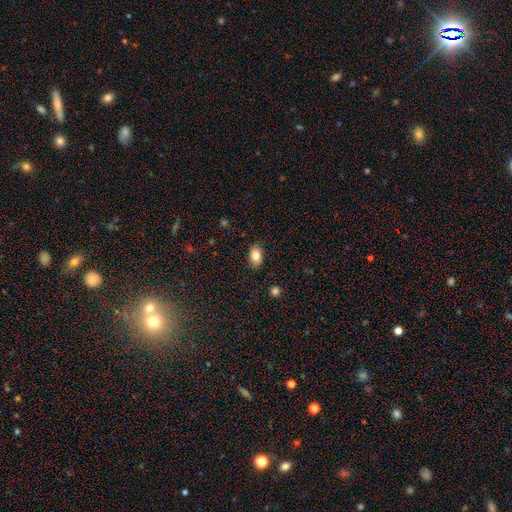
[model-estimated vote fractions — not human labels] A smooth galaxy with no disk features (84%) that is in between round and cigar-shaped (86%).

Vote fractions:
- Smooth or featured? smooth: 84% / featured or disk: 8% / star or artifact: 8%
- How rounded? in between: 86% / round: 12% / cigar-shaped: 1%
- Merging? none: 87% / minor disturbance: 10% / major disturbance: 2% / merger: 1%